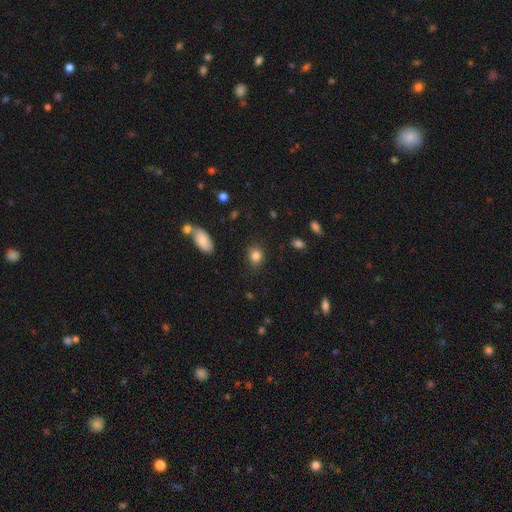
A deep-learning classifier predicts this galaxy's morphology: A smooth galaxy with no disk features (84%) that is round (54%). Merging: none (80%).